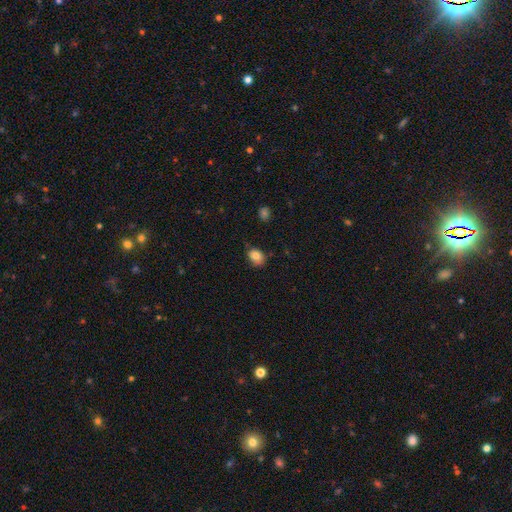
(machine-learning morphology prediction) Overall: smooth (81%). How rounded: in between (63%; round 36%). Merging: none (70%).